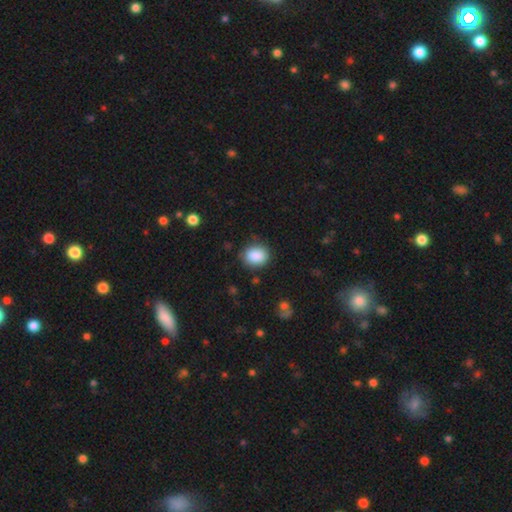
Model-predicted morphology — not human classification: Smooth or featured: smooth — 88% (star or artifact — 8%)
How rounded: round — 51% (in between — 48%)
Merging: none — 82% (minor disturbance — 13%)